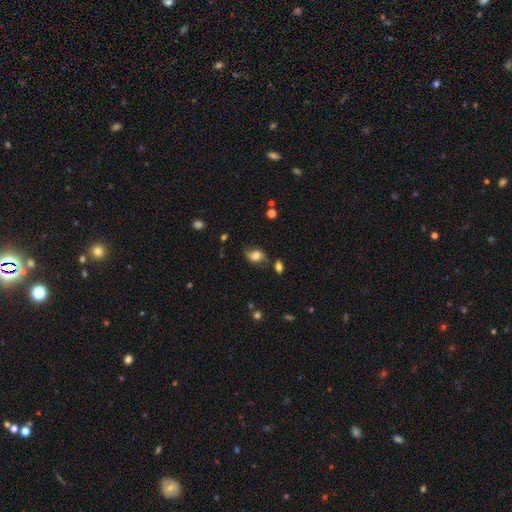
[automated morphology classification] smooth 69%, featured or disk 20%, star or artifact 10%. Down the decision tree: how rounded — in between (70%); merging — none (63%).